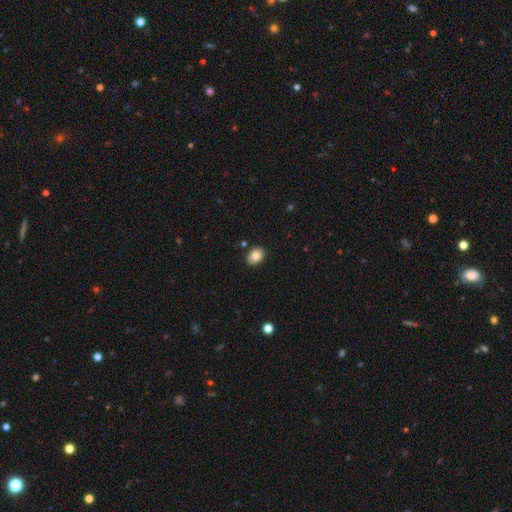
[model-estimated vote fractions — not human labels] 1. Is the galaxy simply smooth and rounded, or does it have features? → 81% smooth, 10% featured or disk, 9% star or artifact.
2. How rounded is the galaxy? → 63% in between, 36% round, 1% cigar-shaped.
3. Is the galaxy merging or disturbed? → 87% none, 9% minor disturbance, 2% merger, 2% major disturbance.